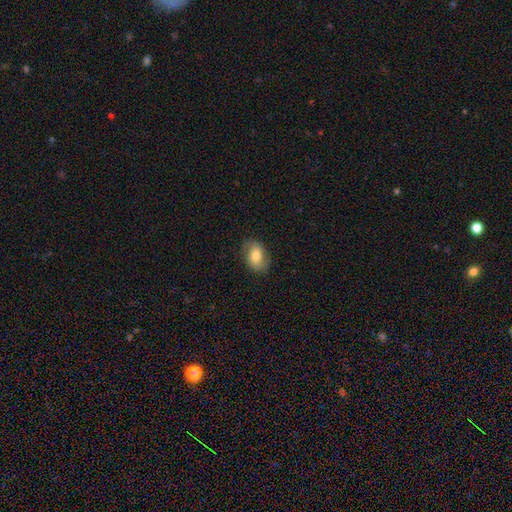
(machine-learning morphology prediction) This is likely a smooth galaxy (70%). How rounded: likely in between (80%). Merging: clearly none (80%).